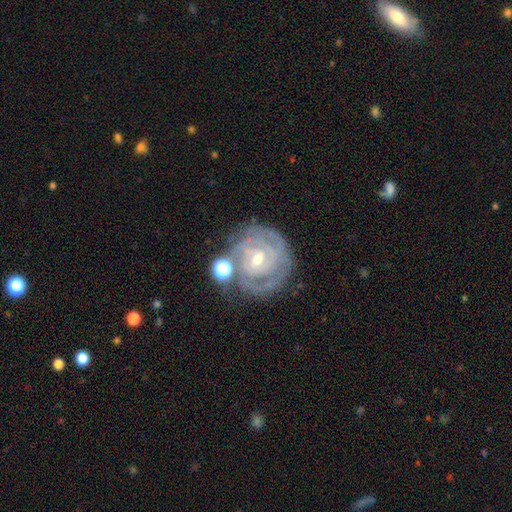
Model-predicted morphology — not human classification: A featured or disk galaxy (72%) with no bar (63%), tight (78%) spiral arms (87%) and a small central bulge (55%). Merging: none (71%).